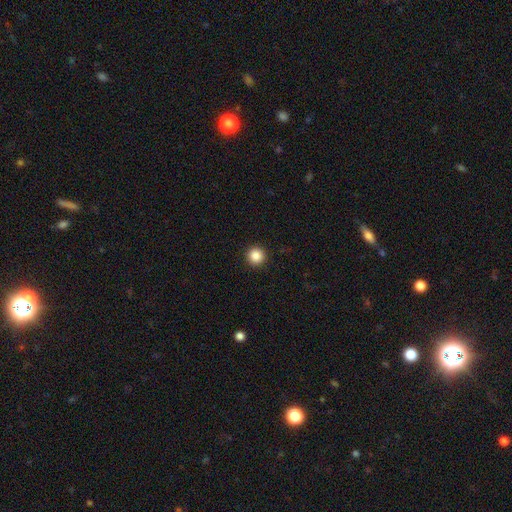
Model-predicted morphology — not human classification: Q: Smooth or featured?
A: smooth (87%); runner-up: star or artifact (10%)
Q: How rounded?
A: round (96%); runner-up: in between (3%)
Q: Merging?
A: none (94%); runner-up: minor disturbance (4%)